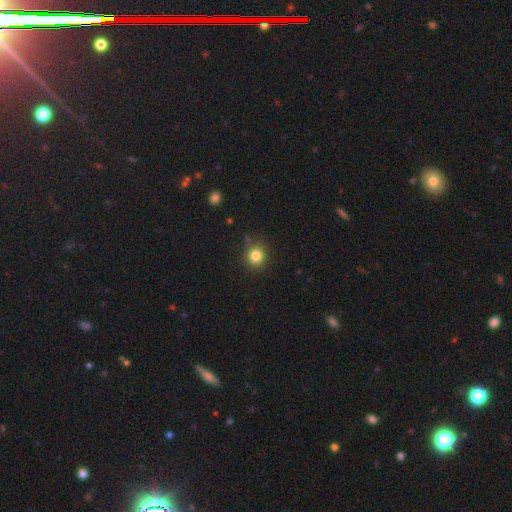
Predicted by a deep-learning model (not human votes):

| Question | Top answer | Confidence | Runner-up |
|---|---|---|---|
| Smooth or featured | smooth | 82% | star or artifact (12%) |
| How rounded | round | 90% | in between (10%) |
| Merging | none | 87% | minor disturbance (9%) |